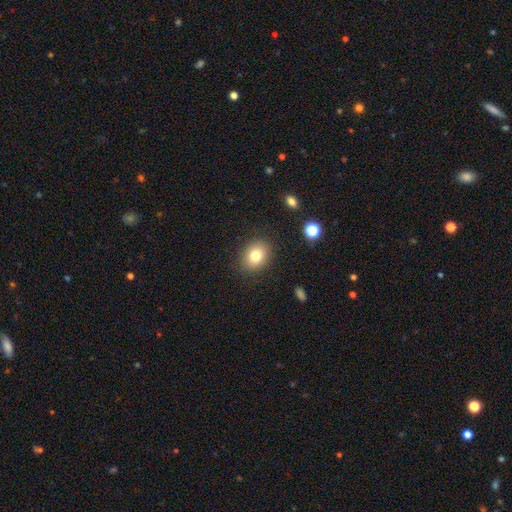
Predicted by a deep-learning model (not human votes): smooth 79%, star or artifact 11%, featured or disk 10%. Down the decision tree: how rounded — in between (52%); merging — none (87%).